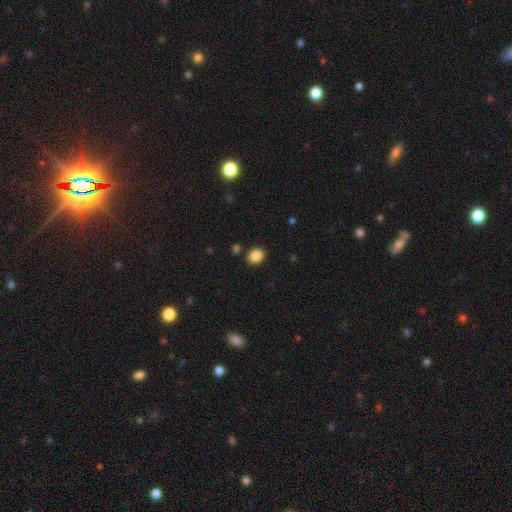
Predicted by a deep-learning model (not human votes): smooth_or_featured: smooth (p=0.86) [alt: star or artifact p=0.09]
how_rounded: round (p=0.57) [alt: in between p=0.42]
merging: none (p=0.86) [alt: minor disturbance p=0.08]